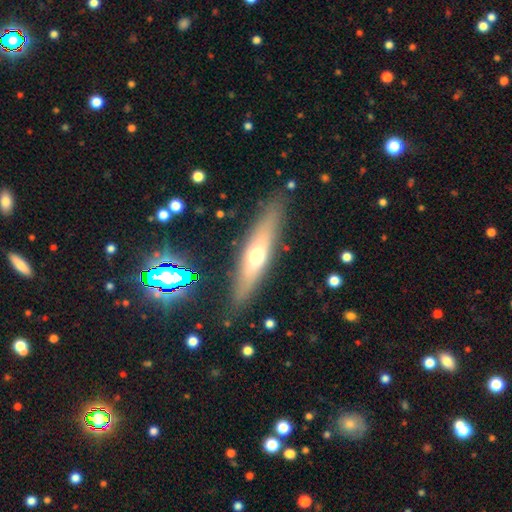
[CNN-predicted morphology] Smooth or featured? smooth (48%)
Merging? none (86%)